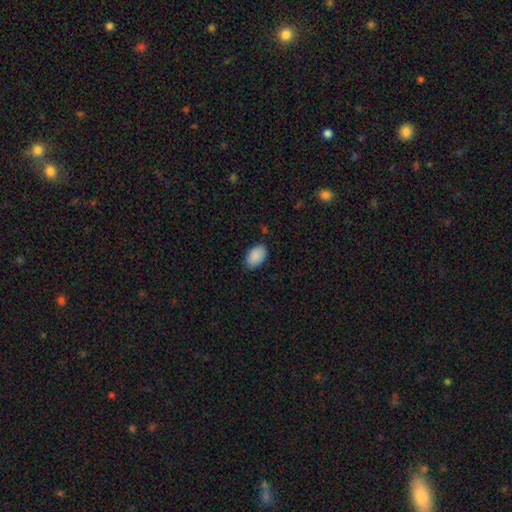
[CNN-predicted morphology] Smooth or featured: smooth — 90% (star or artifact — 6%)
How rounded: in between — 93% (round — 6%)
Merging: none — 83% (minor disturbance — 14%)